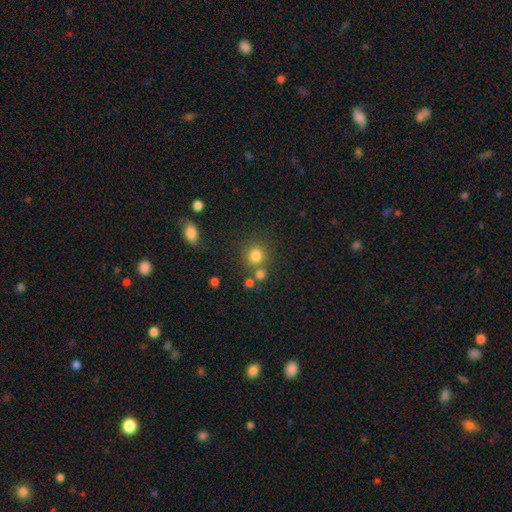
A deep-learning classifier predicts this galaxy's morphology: Smooth or featured: smooth — 80% (star or artifact — 14%)
How rounded: round — 88% (in between — 11%)
Merging: none — 71% (merger — 15%)